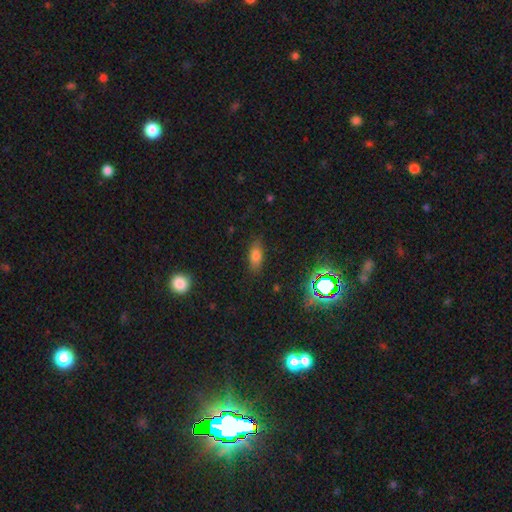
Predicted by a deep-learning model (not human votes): A smooth galaxy with no disk features (74%) that is in between round and cigar-shaped (80%).

Vote fractions:
- Smooth or featured? smooth: 74% / star or artifact: 15% / featured or disk: 12%
- How rounded? in between: 80% / cigar-shaped: 15% / round: 5%
- Merging? none: 84% / minor disturbance: 11% / major disturbance: 3% / merger: 1%